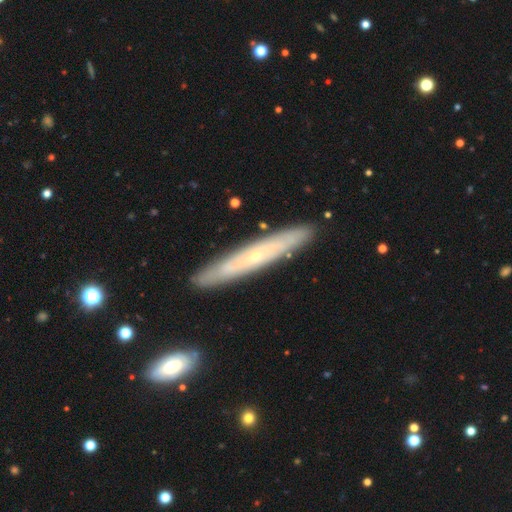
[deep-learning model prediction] Smooth or featured? featured or disk (65%)
Edge-on disk? yes (72%)
Merging? none (88%)